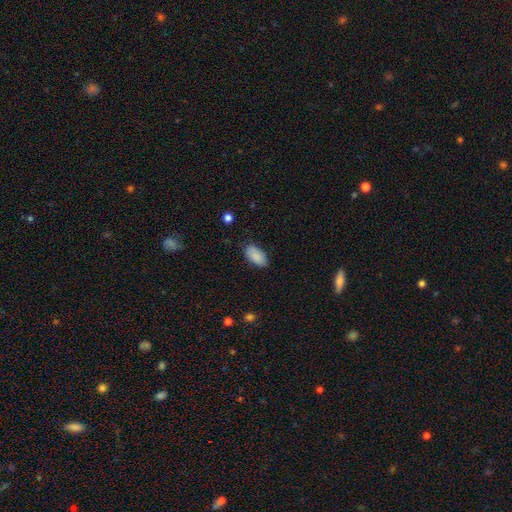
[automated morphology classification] smooth 88%, star or artifact 6%, featured or disk 5%. Down the decision tree: how rounded — in between (94%); merging — none (81%).